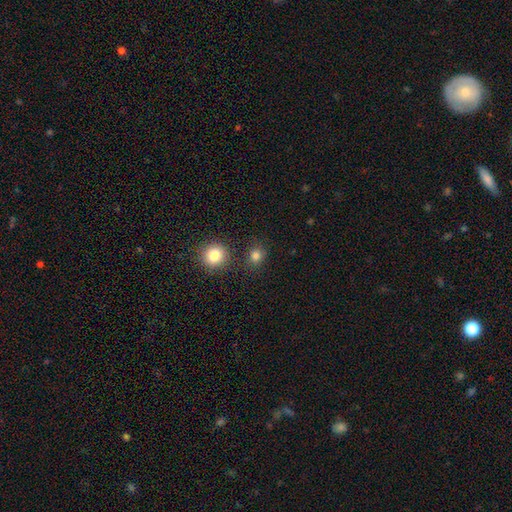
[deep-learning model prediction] Morphology: type=smooth (81%); roundness=round (78%); merging=none (79%).